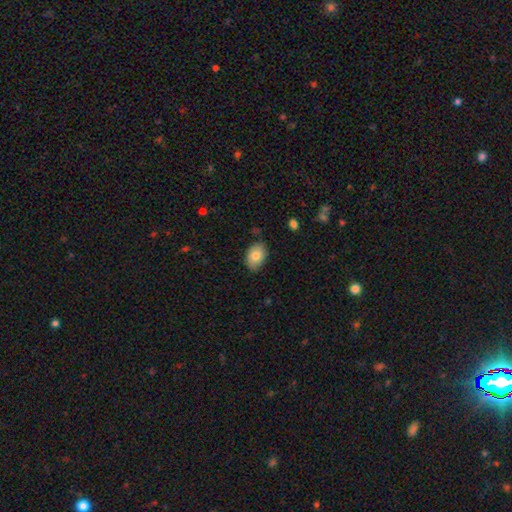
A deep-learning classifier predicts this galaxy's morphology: type=smooth (81%); roundness=in between (83%); merging=none (80%).